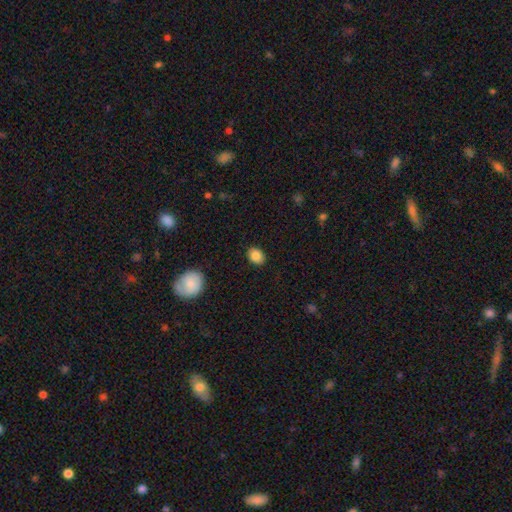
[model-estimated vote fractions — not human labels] smooth-or-featured: smooth: 86% | star or artifact: 9% | featured or disk: 5%
  how-rounded: in between: 60% | round: 39% | cigar-shaped: 1%
  merging: none: 88% | minor disturbance: 8% | major disturbance: 2% | merger: 1%